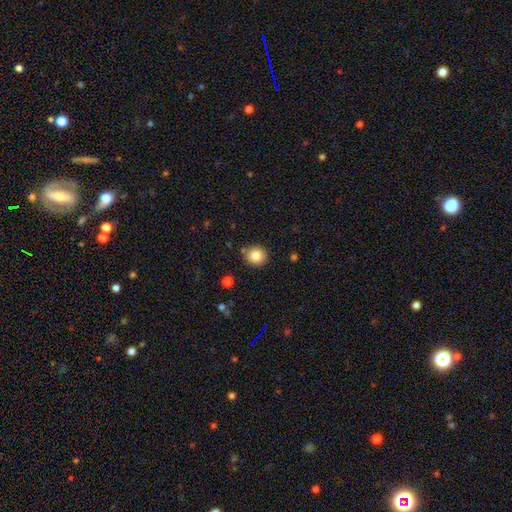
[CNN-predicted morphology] smooth 83%, star or artifact 11%, featured or disk 7%. Down the decision tree: how rounded — round (93%); merging — none (88%).